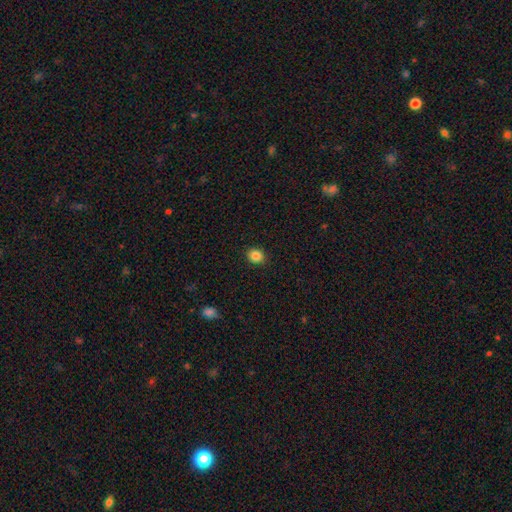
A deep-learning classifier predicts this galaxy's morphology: Overall: smooth (86%). How rounded: round (71%). Merging: none (91%).